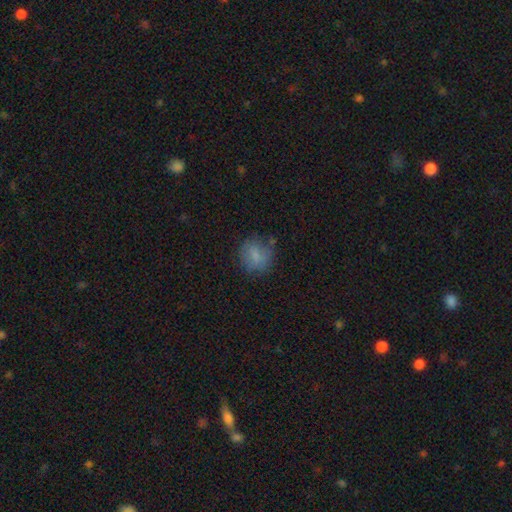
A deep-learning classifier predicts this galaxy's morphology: type=smooth (77%); roundness=round (77%); merging=none (69%).